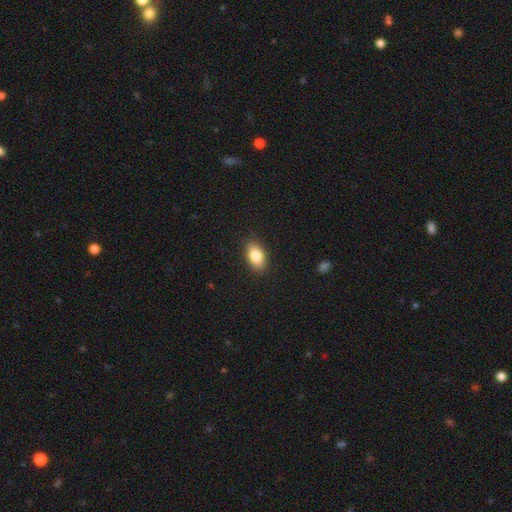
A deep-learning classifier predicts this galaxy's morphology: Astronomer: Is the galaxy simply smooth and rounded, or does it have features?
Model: smooth — 85%.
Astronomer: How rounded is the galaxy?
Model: in between — 91%.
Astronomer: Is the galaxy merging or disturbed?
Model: none — 87%.